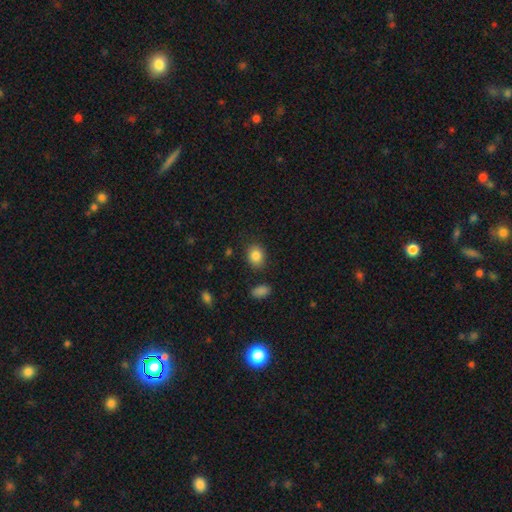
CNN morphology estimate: smooth 86%, star or artifact 9%, featured or disk 5%. Down the decision tree: how rounded — in between (53%); merging — none (84%).